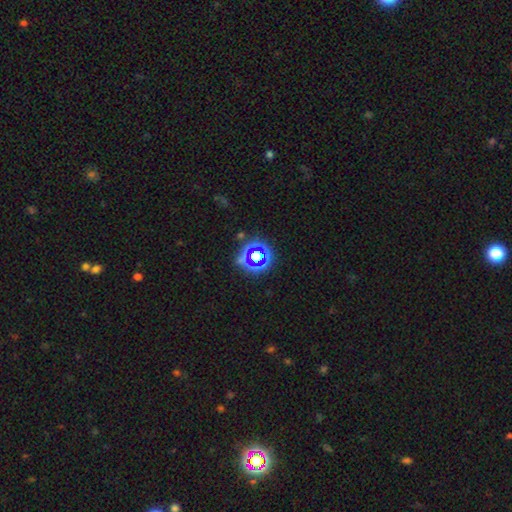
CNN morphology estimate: Overall: star or artifact (61%; smooth 25%).